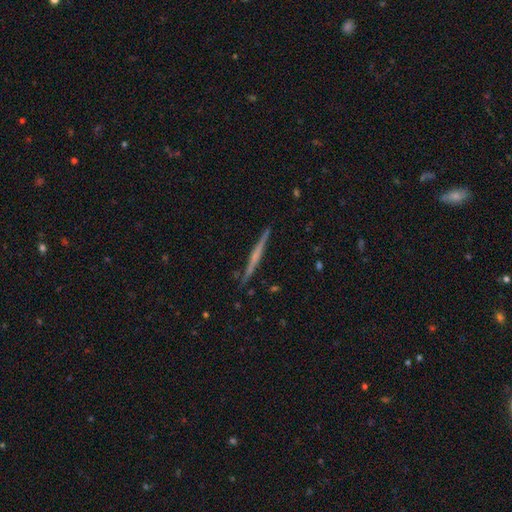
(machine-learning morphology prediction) A featured or disk galaxy (66%) viewed edge-on (98%) with no central bulge (57%). Merging: none (90%).